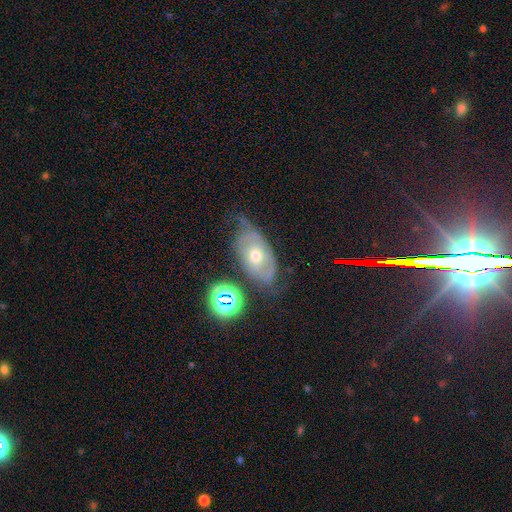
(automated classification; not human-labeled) smooth-or-featured: featured or disk: 63% | smooth: 21% | star or artifact: 17%
  disk-edge-on: no: 89% | yes: 11%
    bar: no: 75% | weak: 20% | strong: 5%
    has-spiral-arms: yes: 72% | no: 28%
    bulge-size: moderate: 61% | small: 34% | large: 3% | none: 1% | dominant: 1%
  merging: none: 55% | minor disturbance: 29% | major disturbance: 13% | merger: 4%